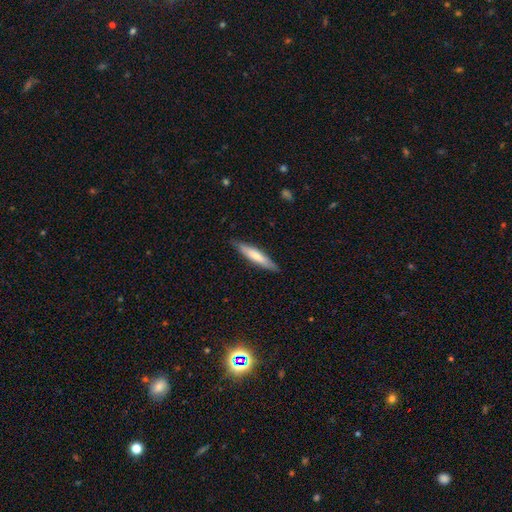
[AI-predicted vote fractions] A smooth galaxy with no disk features (66%) that is cigar-shaped (86%). Merging: none (86%).